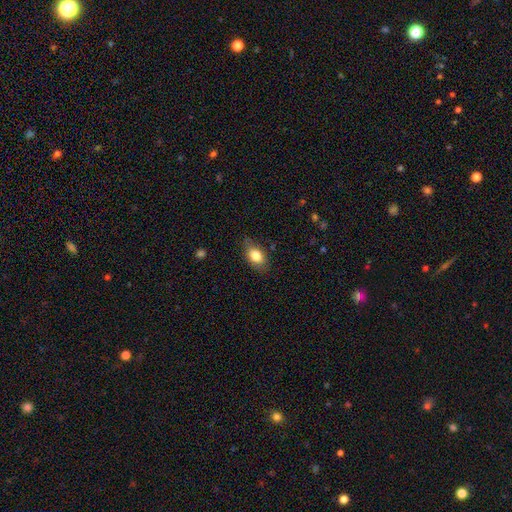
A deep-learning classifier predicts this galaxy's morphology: Smooth or featured: smooth — 80% (featured or disk — 12%)
How rounded: in between — 86% (round — 12%)
Merging: none — 76% (minor disturbance — 19%)